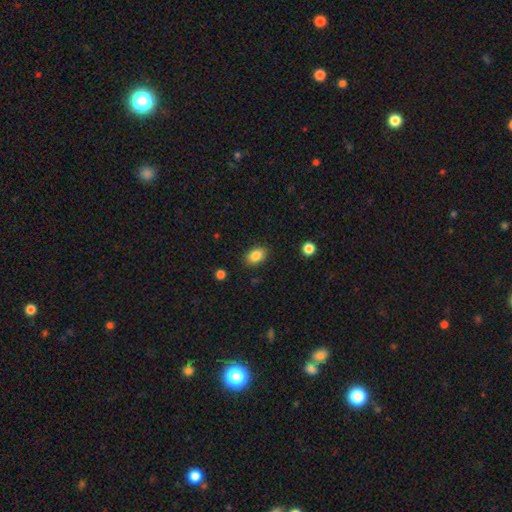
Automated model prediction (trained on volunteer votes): Smooth or featured? smooth (85%)
How rounded? in between (82%)
Merging? none (86%)